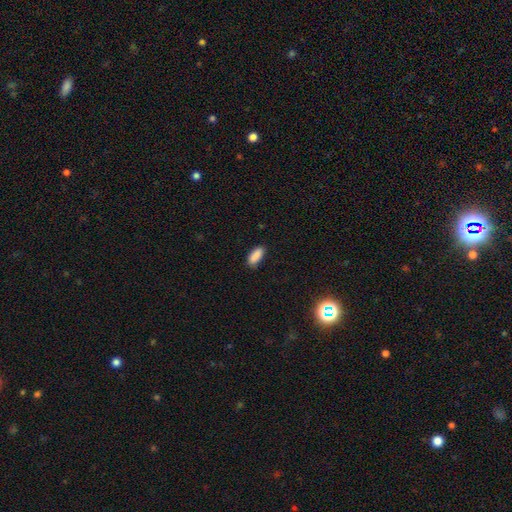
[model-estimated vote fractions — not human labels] Smooth or featured: smooth — 88% (star or artifact — 8%)
How rounded: in between — 79% (cigar-shaped — 19%)
Merging: none — 85% (minor disturbance — 12%)